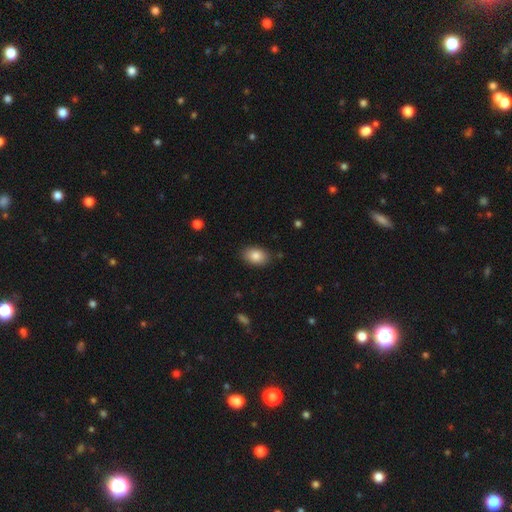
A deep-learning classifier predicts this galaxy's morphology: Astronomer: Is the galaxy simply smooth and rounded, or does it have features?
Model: smooth — 85%.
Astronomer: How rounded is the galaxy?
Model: in between — 87%.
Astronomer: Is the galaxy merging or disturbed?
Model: none — 86%.